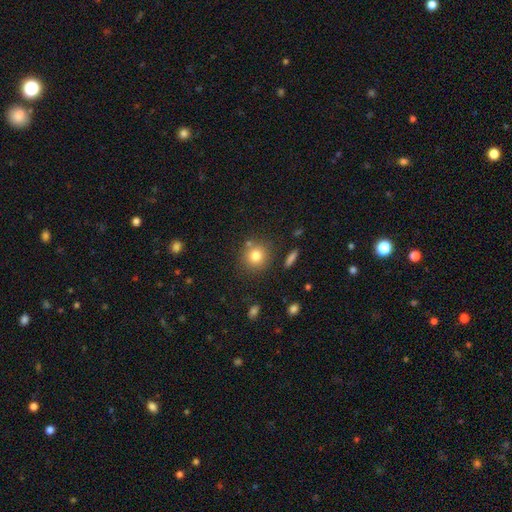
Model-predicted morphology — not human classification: Smooth or featured: smooth — 80% (star or artifact — 11%)
How rounded: round — 90% (in between — 9%)
Merging: none — 79% (minor disturbance — 10%)